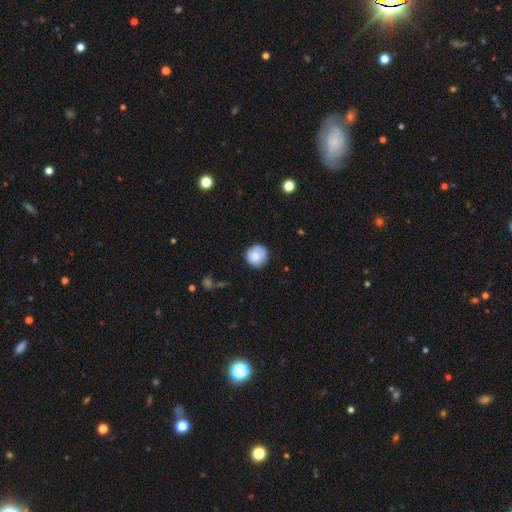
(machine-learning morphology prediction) smooth 87%, star or artifact 8%, featured or disk 6%. Down the decision tree: how rounded — round (94%); merging — none (86%).